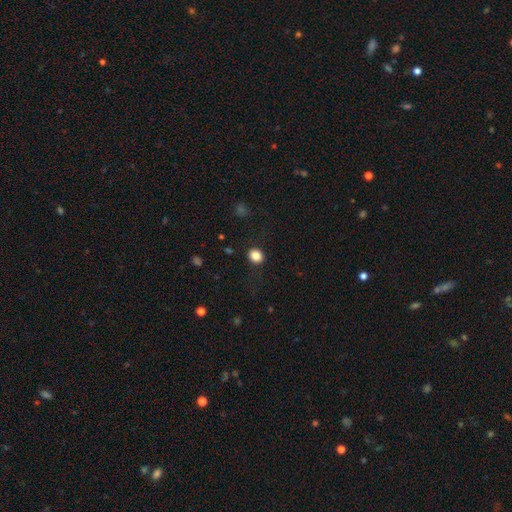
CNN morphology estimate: A smooth galaxy with no disk features (85%) that is round (63%).

Vote fractions:
- Smooth or featured? smooth: 85% / star or artifact: 10% / featured or disk: 5%
- How rounded? round: 63% / in between: 36% / cigar-shaped: 1%
- Merging? none: 85% / minor disturbance: 10% / major disturbance: 4% / merger: 1%